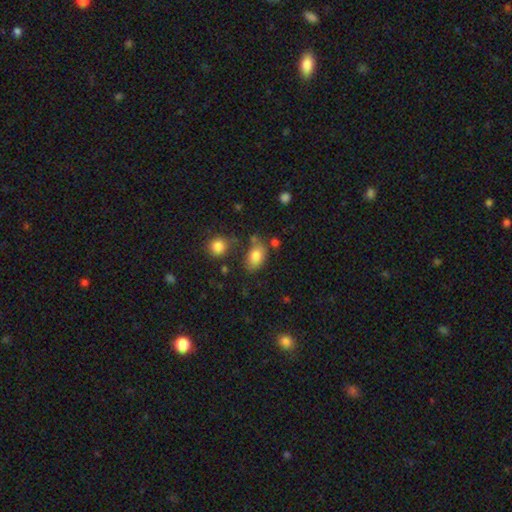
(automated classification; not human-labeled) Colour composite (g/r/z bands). It shows a smooth galaxy with no disk features (80%) that is in between round and cigar-shaped (84%). Merging: none (66%).